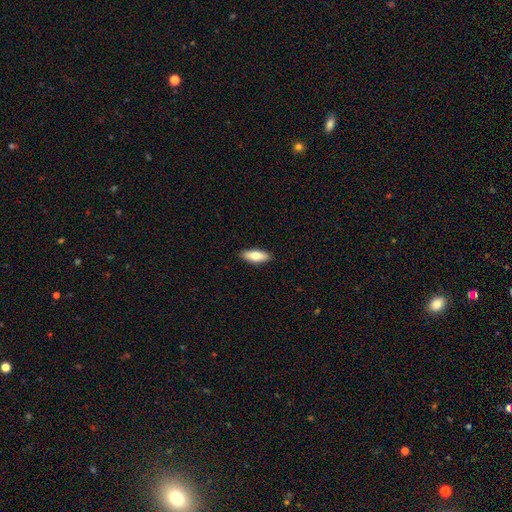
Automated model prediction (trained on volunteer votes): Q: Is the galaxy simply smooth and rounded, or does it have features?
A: smooth — 74%.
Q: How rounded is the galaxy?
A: in between — 68%.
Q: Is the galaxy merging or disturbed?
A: none — 90%.